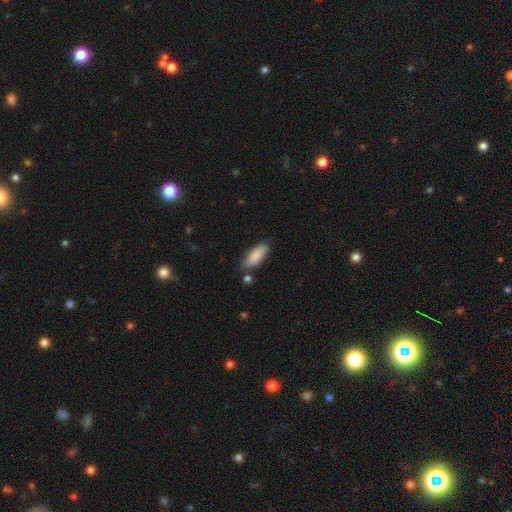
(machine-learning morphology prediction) This is clearly a smooth galaxy (87%). How rounded: likely in between (71%). Merging: likely none (76%).